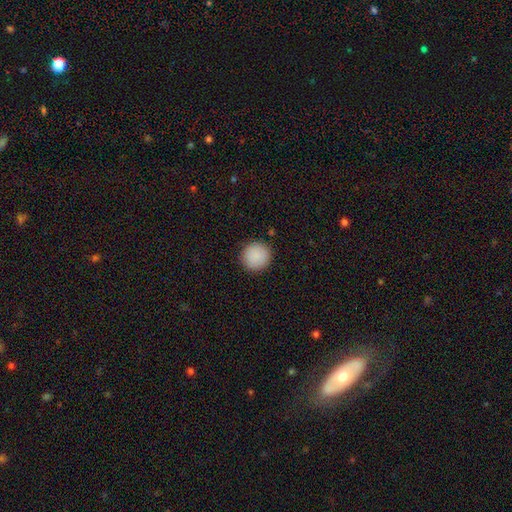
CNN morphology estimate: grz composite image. It shows a smooth galaxy with no disk features (89%) that is round (95%). Merging: none (91%).